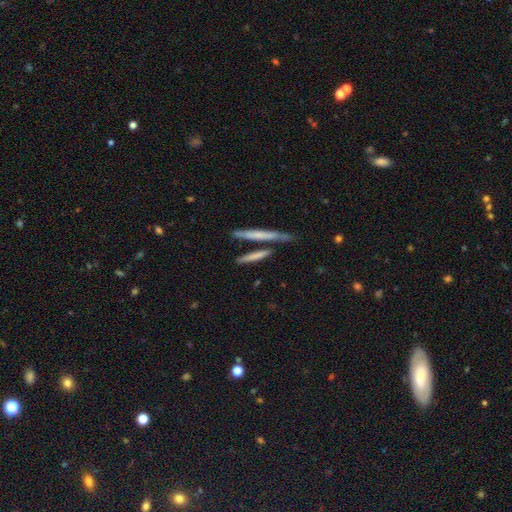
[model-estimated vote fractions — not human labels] Q: Smooth or featured?
A: smooth (59%); runner-up: featured or disk (35%)
Q: How rounded?
A: cigar-shaped (90%); runner-up: in between (7%)
Q: Merging?
A: none (71%); runner-up: merger (13%)